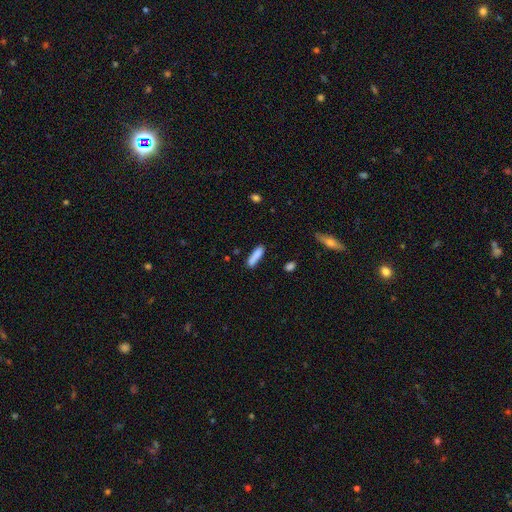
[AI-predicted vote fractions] The model was most divided on "how rounded": cigar-shaped: 70%, in between: 29%, round: 2%. More confident: smooth or featured — smooth (84%); merging — none (74%).